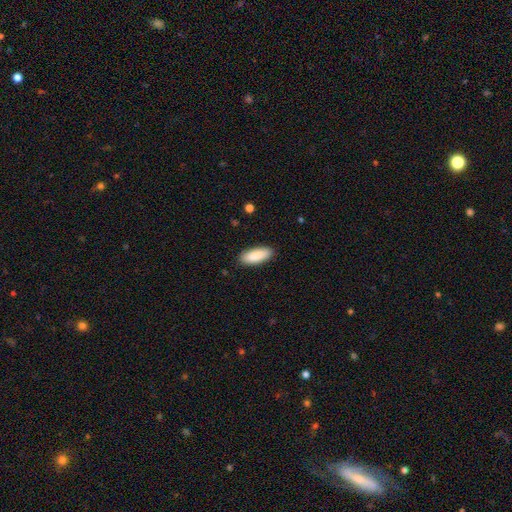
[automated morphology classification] A smooth galaxy with no disk features (87%) that is in between round and cigar-shaped (78%). Merging: none (88%).